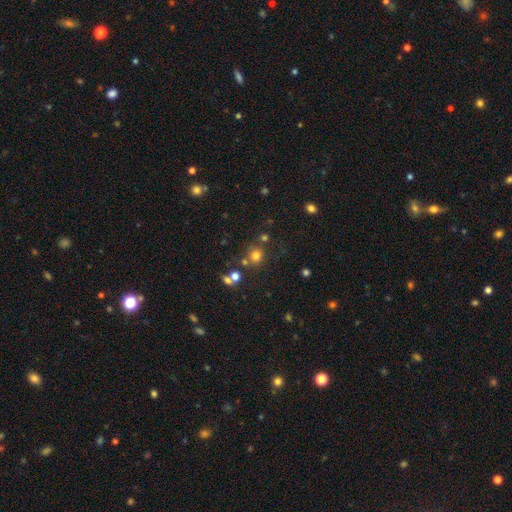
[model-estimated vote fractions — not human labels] The model was most divided on "smooth or featured": smooth: 72%, star or artifact: 20%, featured or disk: 8%. More confident: how rounded — round (88%); merging — none (72%).